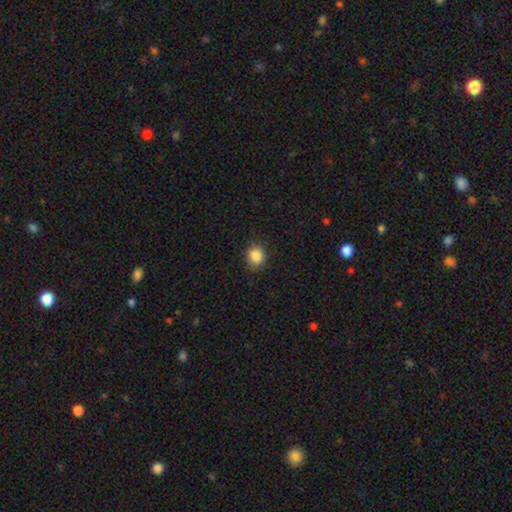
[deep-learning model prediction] The model was most divided on "how rounded": round: 73%, in between: 26%, cigar-shaped: 1%. More confident: smooth or featured — smooth (86%); merging — none (85%).